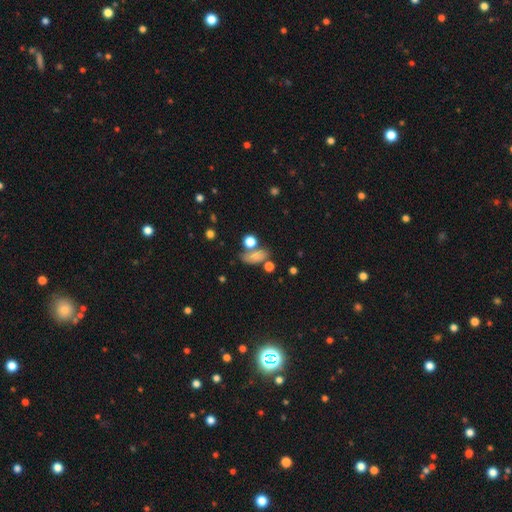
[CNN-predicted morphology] Overall: smooth (75%). How rounded: in between (77%). Merging: none (51%; merger 19%).